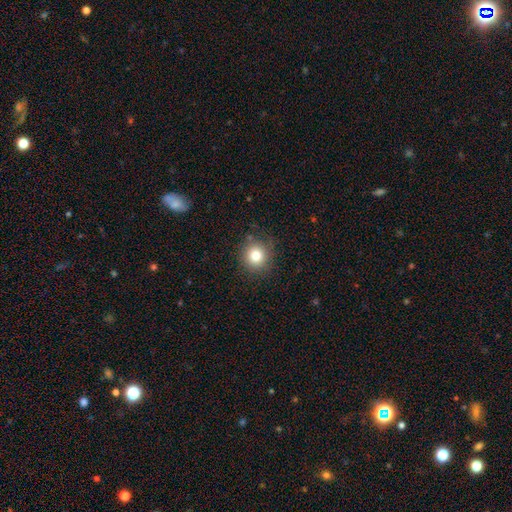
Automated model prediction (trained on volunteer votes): Smooth or featured? Predicted: smooth (p=0.80). How rounded? Predicted: round (p=0.91). Merging? Predicted: none (p=0.85).